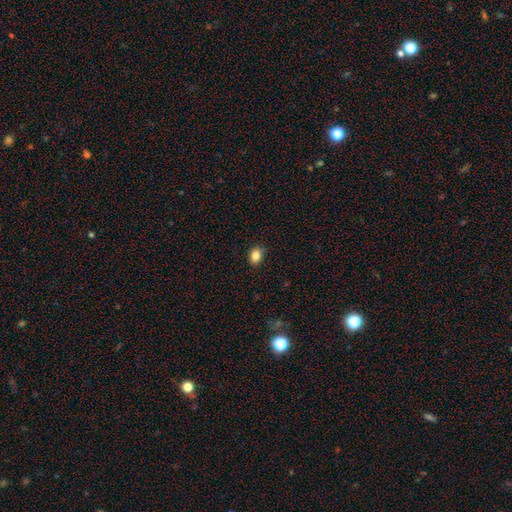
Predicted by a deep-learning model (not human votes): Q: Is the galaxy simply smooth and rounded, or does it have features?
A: smooth — 85%.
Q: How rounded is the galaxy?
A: in between — 60%.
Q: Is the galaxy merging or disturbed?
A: none — 85%.